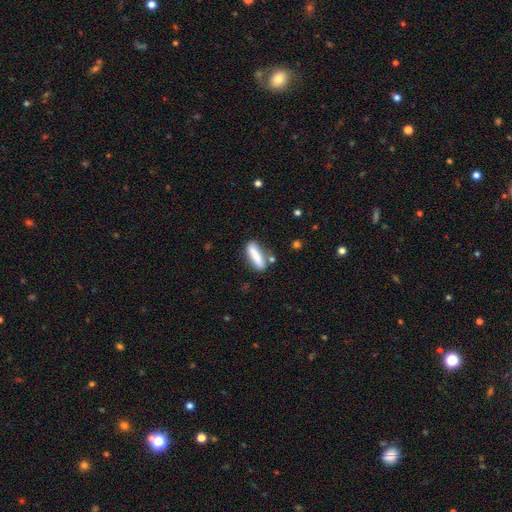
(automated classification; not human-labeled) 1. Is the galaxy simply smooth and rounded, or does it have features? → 79% smooth, 14% featured or disk, 7% star or artifact.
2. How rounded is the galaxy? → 70% cigar-shaped, 28% in between, 2% round.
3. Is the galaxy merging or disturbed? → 75% none, 15% minor disturbance, 6% merger, 4% major disturbance.